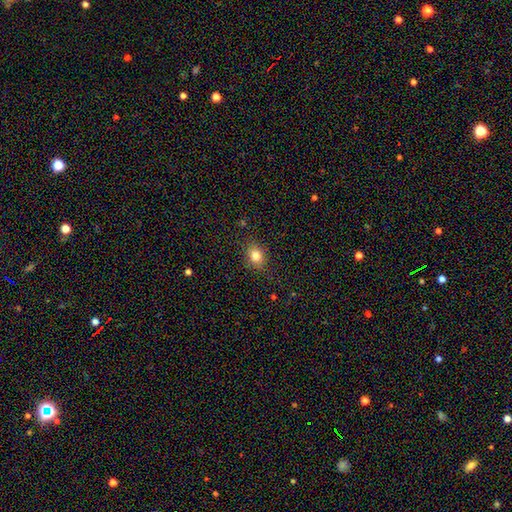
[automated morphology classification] A smooth galaxy with no disk features (81%) that is round (53%).

Vote fractions:
- Smooth or featured? smooth: 81% / star or artifact: 12% / featured or disk: 8%
- How rounded? round: 53% / in between: 46% / cigar-shaped: 1%
- Merging? none: 84% / minor disturbance: 11% / major disturbance: 3% / merger: 1%